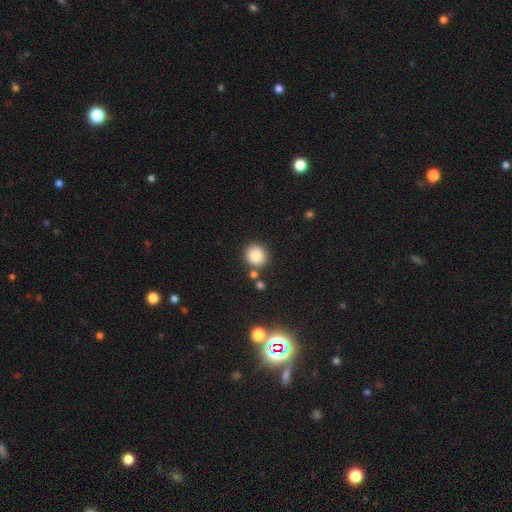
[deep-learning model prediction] Smooth or featured? Predicted: smooth (p=0.85). How rounded? Predicted: round (p=0.89). Merging? Predicted: none (p=0.81).